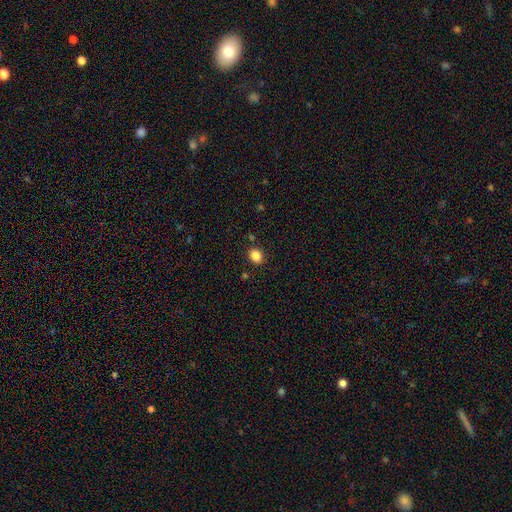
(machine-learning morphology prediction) A smooth galaxy with no disk features (86%) that is round (53%). Merging: none (86%).